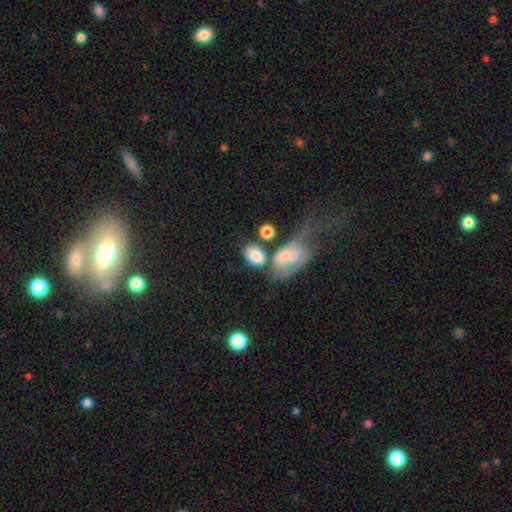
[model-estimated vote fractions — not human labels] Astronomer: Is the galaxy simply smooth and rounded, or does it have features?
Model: smooth — 77%.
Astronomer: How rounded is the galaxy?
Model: in between — 82%.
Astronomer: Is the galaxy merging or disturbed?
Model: merger — 35% (runner-up: none, 34%).